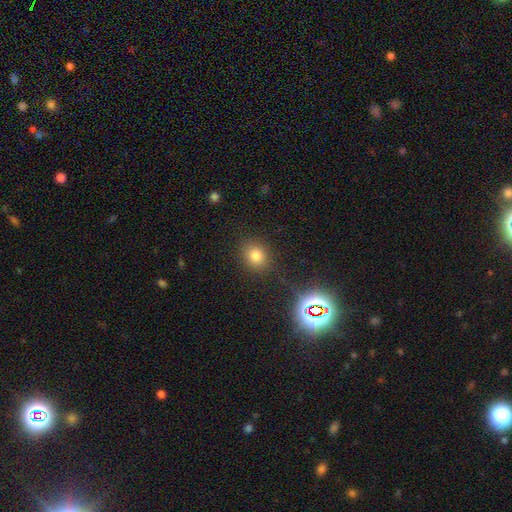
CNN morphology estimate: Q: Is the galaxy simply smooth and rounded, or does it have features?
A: smooth — 75%.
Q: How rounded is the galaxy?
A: round — 70%.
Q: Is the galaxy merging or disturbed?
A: none — 85%.